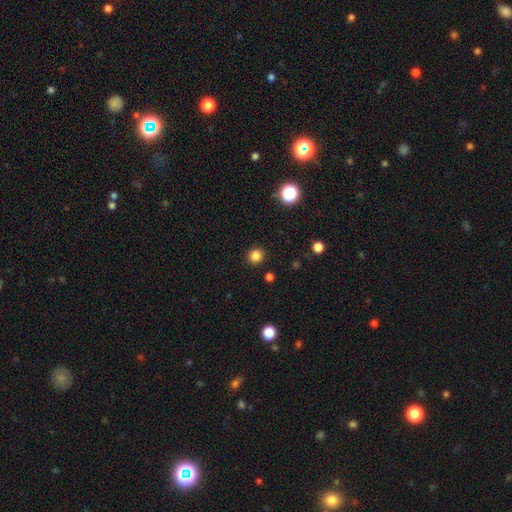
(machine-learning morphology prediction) Smooth or featured: smooth — 83% (star or artifact — 13%)
How rounded: round — 92% (in between — 7%)
Merging: none — 92% (minor disturbance — 5%)